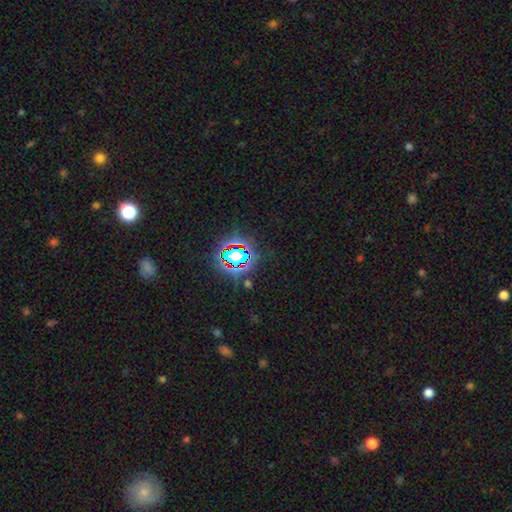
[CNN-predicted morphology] star or artifact 80%, smooth 13%, featured or disk 7%.